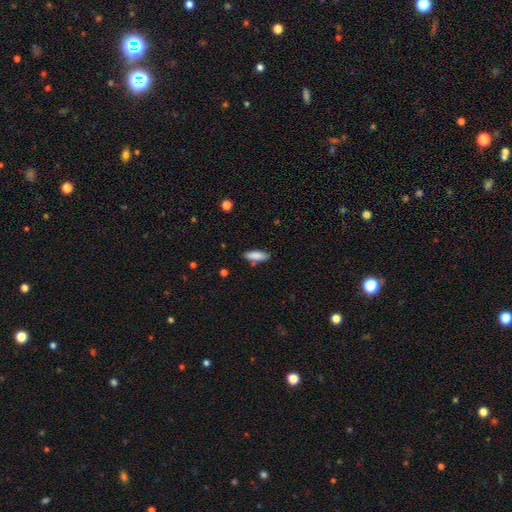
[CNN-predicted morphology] A smooth galaxy with no disk features (87%) that is in between round and cigar-shaped (67%).

Vote fractions:
- Smooth or featured? smooth: 87% / featured or disk: 7% / star or artifact: 6%
- How rounded? in between: 67% / cigar-shaped: 32% / round: 2%
- Merging? none: 82% / minor disturbance: 12% / merger: 3% / major disturbance: 2%